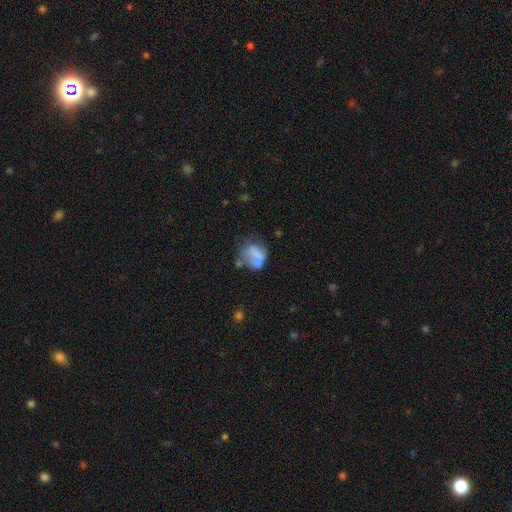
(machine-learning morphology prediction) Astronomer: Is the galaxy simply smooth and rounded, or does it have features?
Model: smooth — 54% (runner-up: featured or disk, 35%).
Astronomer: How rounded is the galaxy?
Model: in between — 50% (runner-up: round, 48%).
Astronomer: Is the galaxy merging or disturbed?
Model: none — 30% (runner-up: major disturbance, 29%).